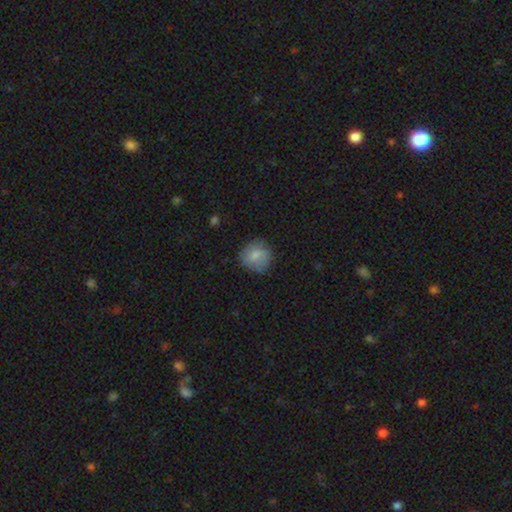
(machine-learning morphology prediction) Smooth or featured? Predicted: smooth (p=0.73). How rounded? Predicted: round (p=0.85). Merging? Predicted: none (p=0.73).